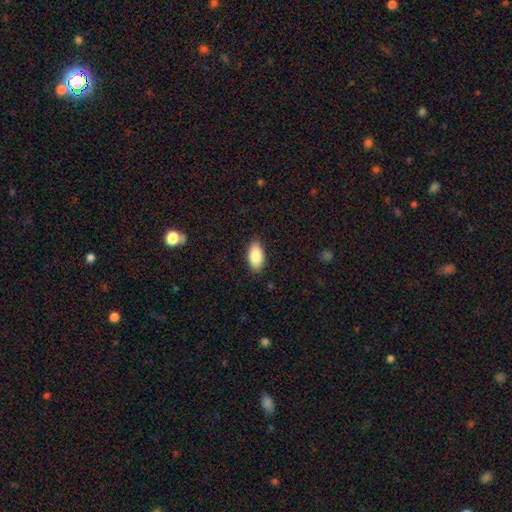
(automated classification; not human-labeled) This appears to be a smooth galaxy with no disk features (85%) that is in between round and cigar-shaped (93%). Merging: none (87%).